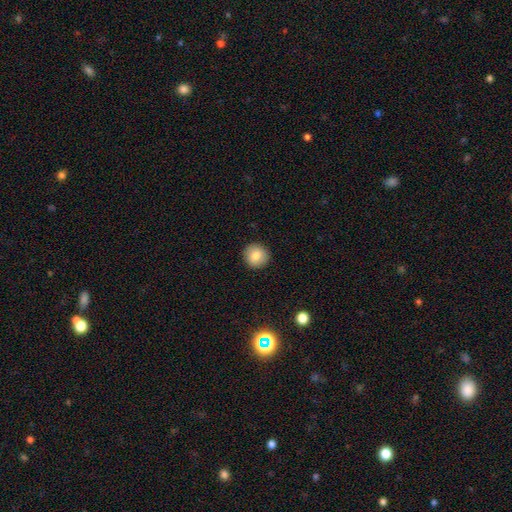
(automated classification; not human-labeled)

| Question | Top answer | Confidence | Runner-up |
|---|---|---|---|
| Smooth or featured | smooth | 81% | featured or disk (10%) |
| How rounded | round | 94% | in between (5%) |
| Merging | none | 92% | minor disturbance (5%) |